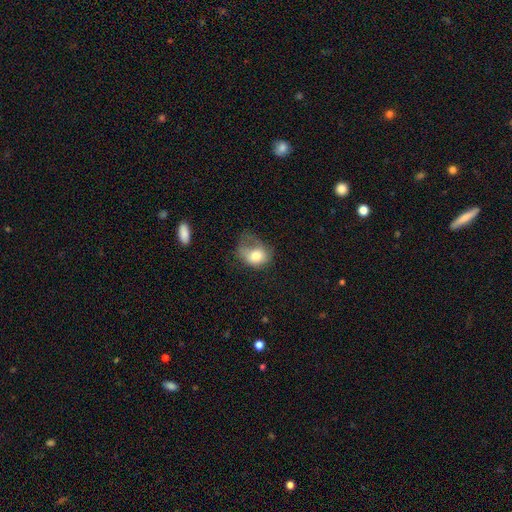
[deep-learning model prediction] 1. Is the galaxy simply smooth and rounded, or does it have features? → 72% smooth, 19% featured or disk, 9% star or artifact.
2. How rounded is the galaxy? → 61% in between, 38% round, 1% cigar-shaped.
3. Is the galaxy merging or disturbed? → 50% major disturbance, 26% minor disturbance, 19% none, 4% merger.